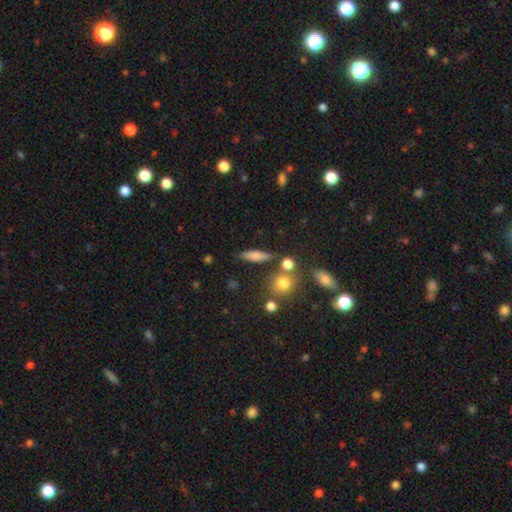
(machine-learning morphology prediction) Overall: smooth (70%). How rounded: cigar-shaped (58%; in between 34%). Merging: none (76%).